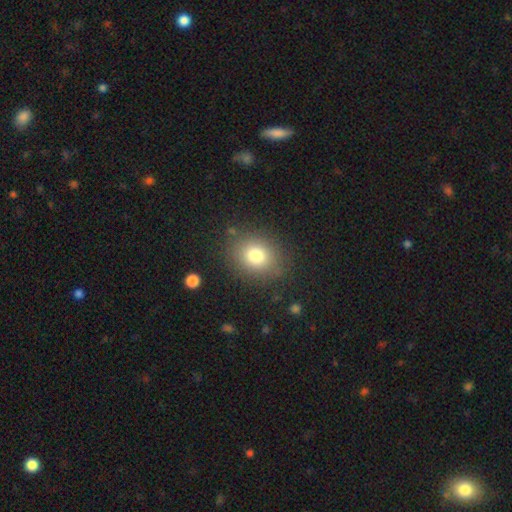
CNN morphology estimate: type=smooth (78%); roundness=round (57%); merging=none (83%).